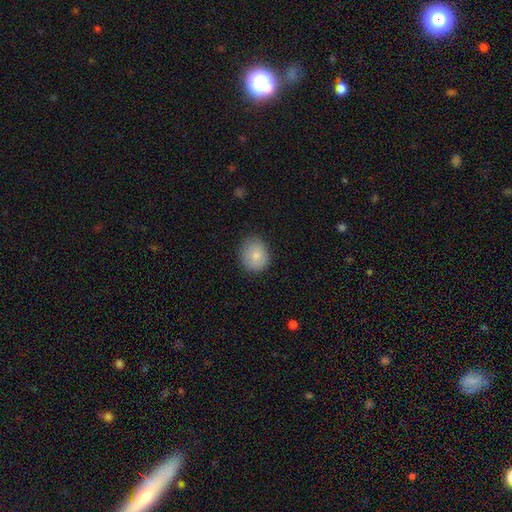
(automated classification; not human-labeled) Smooth or featured: smooth — 81% (featured or disk — 10%)
How rounded: round — 71% (in between — 28%)
Merging: none — 80% (minor disturbance — 16%)